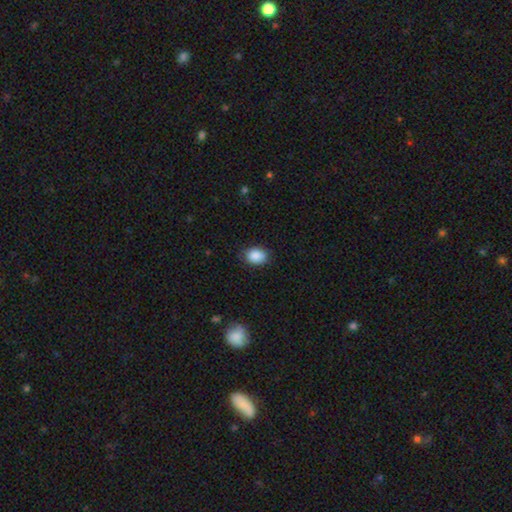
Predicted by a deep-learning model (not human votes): Morphology: type=smooth (88%); roundness=in between (67%); merging=none (82%).